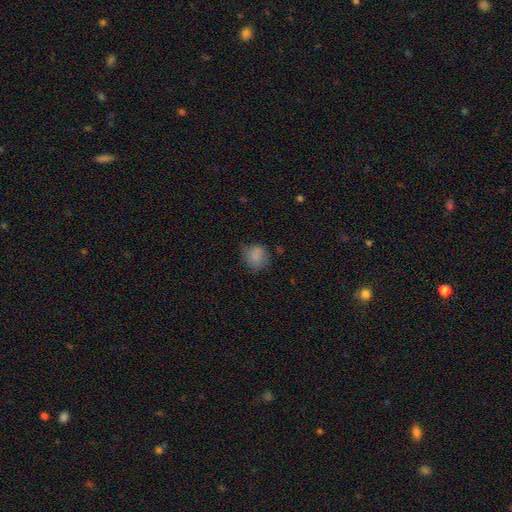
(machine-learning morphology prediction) Smooth or featured: smooth — 80% (star or artifact — 11%)
How rounded: round — 76% (in between — 23%)
Merging: none — 61% (minor disturbance — 28%)